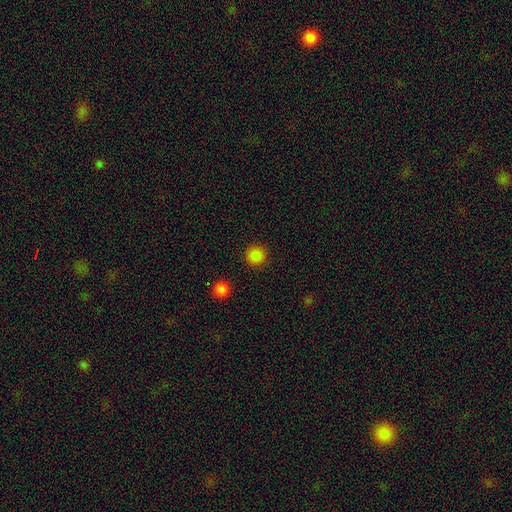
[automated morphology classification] Overall: smooth (86%). How rounded: round (95%). Merging: none (92%).